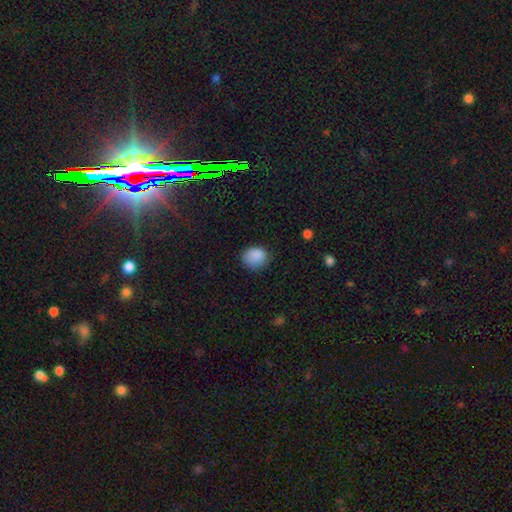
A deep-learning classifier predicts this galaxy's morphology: Smooth or featured? Predicted: smooth (p=0.87). How rounded? Predicted: round (p=0.68). Merging? Predicted: none (p=0.76).